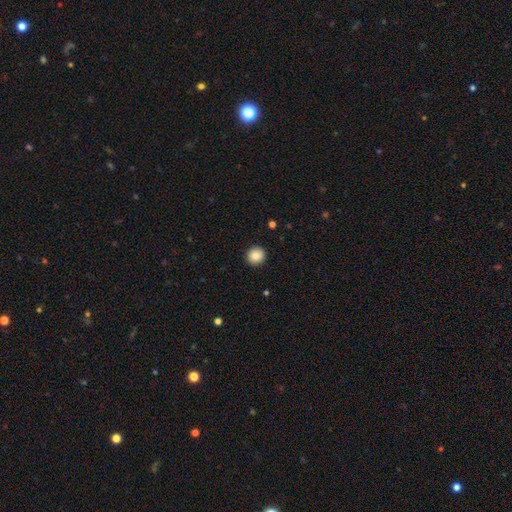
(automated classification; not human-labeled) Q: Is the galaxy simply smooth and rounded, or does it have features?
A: smooth — 87%.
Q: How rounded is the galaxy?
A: round — 93%.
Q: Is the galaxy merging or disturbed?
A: none — 92%.